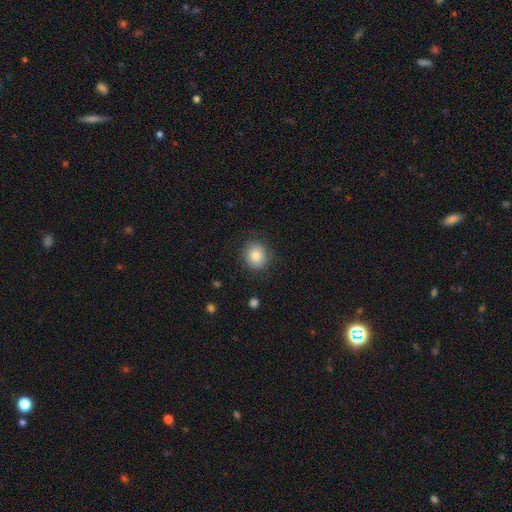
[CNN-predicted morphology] Q: Smooth or featured?
A: smooth (82%); runner-up: star or artifact (9%)
Q: How rounded?
A: round (79%); runner-up: in between (20%)
Q: Merging?
A: none (86%); runner-up: minor disturbance (10%)